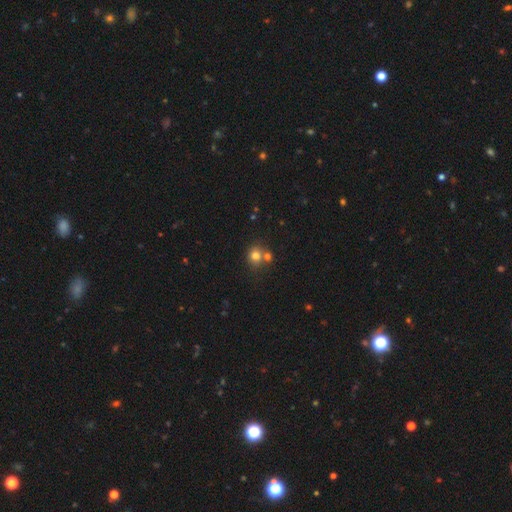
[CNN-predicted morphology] Q: Smooth or featured?
A: smooth (76%); runner-up: star or artifact (13%)
Q: How rounded?
A: round (83%); runner-up: in between (16%)
Q: Merging?
A: none (52%); runner-up: merger (35%)